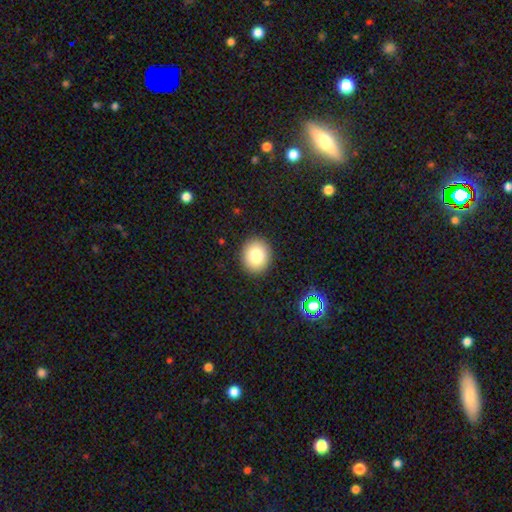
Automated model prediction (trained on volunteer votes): Morphology: type=smooth (80%); roundness=round (75%); merging=none (90%).